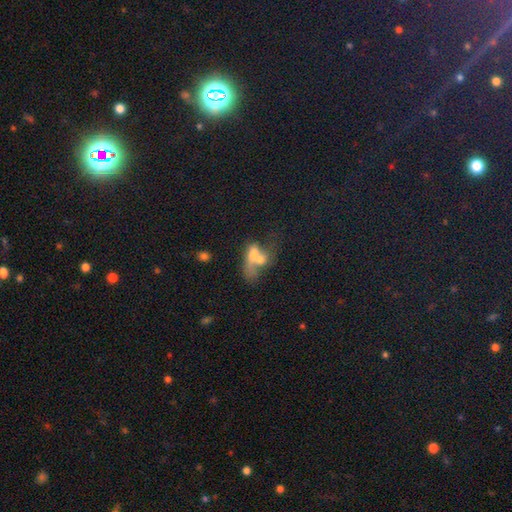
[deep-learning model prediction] Smooth or featured? Predicted: smooth (p=0.57). How rounded? Predicted: in between (p=0.71). Merging? Predicted: merger (p=0.72).